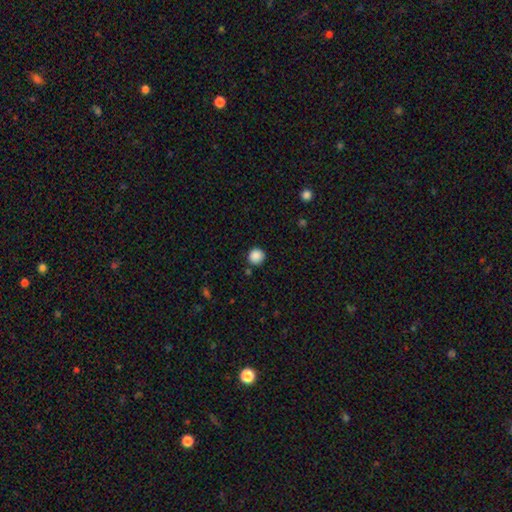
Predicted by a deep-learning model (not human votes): A smooth galaxy with no disk features (88%) that is round (94%).

Vote fractions:
- Smooth or featured? smooth: 88% / star or artifact: 9% / featured or disk: 3%
- How rounded? round: 94% / in between: 5% / cigar-shaped: 1%
- Merging? none: 88% / minor disturbance: 7% / merger: 3% / major disturbance: 2%